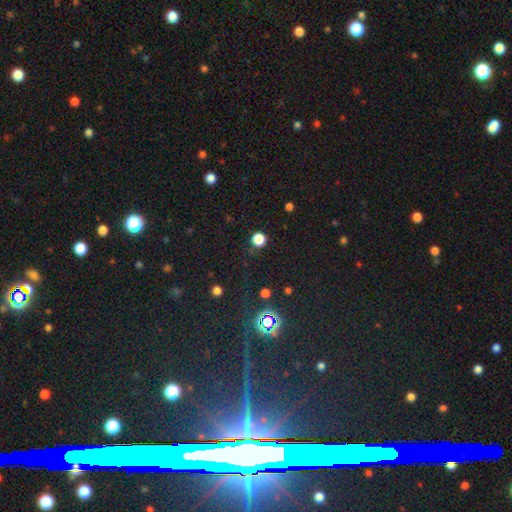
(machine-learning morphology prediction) Smooth or featured?
  - star or artifact: 75% *
  - smooth: 13%
  - featured or disk: 12%